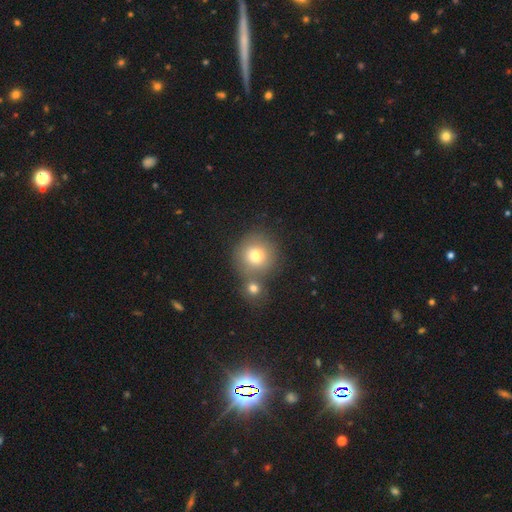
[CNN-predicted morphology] Q: Smooth or featured?
A: smooth (76%); runner-up: featured or disk (13%)
Q: How rounded?
A: round (91%); runner-up: in between (8%)
Q: Merging?
A: none (55%); runner-up: merger (32%)